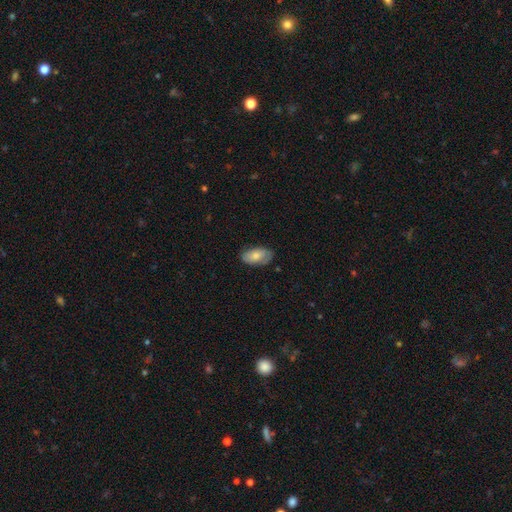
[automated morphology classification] smooth-or-featured: smooth: 73% | featured or disk: 21% | star or artifact: 6%
  how-rounded: in between: 94% | round: 4% | cigar-shaped: 2%
  merging: none: 75% | minor disturbance: 20% | major disturbance: 4% | merger: 1%